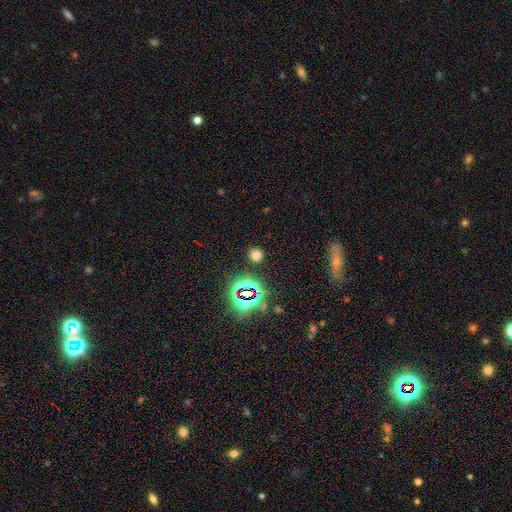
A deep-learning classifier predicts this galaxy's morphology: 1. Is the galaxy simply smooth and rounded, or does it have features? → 65% smooth, 29% star or artifact, 6% featured or disk.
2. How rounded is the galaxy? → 86% round, 13% in between, 1% cigar-shaped.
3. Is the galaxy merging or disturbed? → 88% none, 7% minor disturbance, 3% major disturbance, 2% merger.